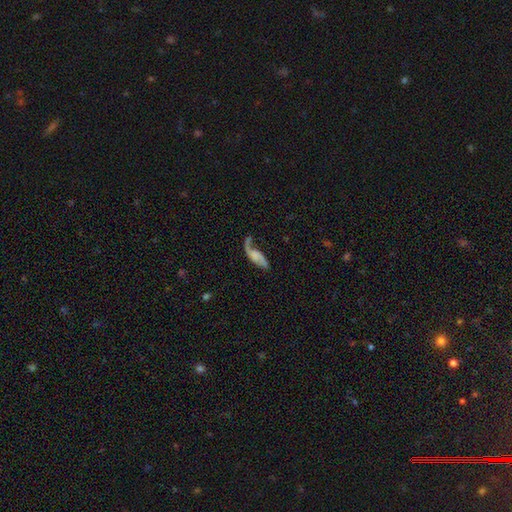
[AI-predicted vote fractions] A featured or disk galaxy (68%) with no bar (61%), 2 (73%) loose (81%) spiral arms (89%) and no central bulge (56%).

Vote fractions:
- Smooth or featured? featured or disk: 68% / smooth: 23% / star or artifact: 8%
- Edge-on disk? no: 92% / yes: 8%
- Bar? no: 61% / weak: 29% / strong: 11%
- Spiral arms? yes: 89% / no: 11%
- Spiral winding? loose: 81% / medium: 15% / tight: 5%
- Spiral arm count? 2: 73% / 1: 21% / can't tell: 3% / 3: 1% / 4: 1% / more than 4: 1%
- Bulge size? none: 56% / small: 21% / moderate: 12% / large: 8% / dominant: 3%
- Merging? none: 45% / major disturbance: 25% / minor disturbance: 22% / merger: 8%